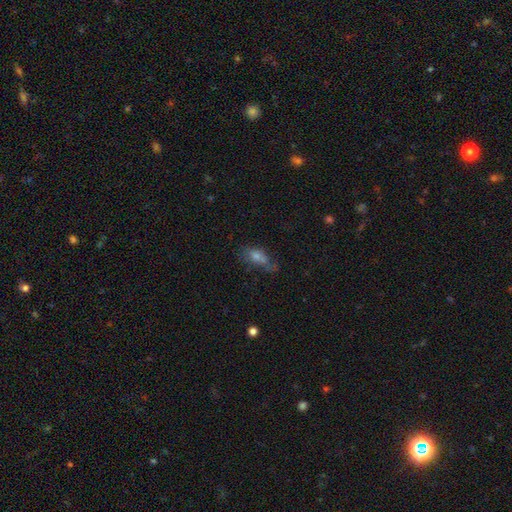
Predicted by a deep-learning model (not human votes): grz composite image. It shows a smooth galaxy with no disk features (45%). Merging: none (74%).